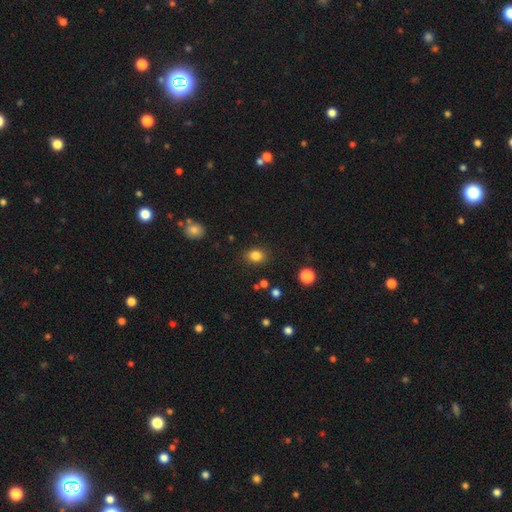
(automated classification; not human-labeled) Morphology: type=smooth (83%); roundness=in between (57%); merging=none (86%).